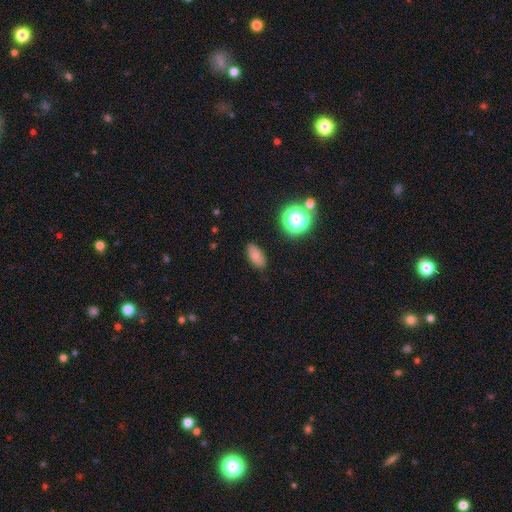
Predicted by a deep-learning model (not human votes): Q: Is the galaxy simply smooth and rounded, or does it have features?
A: smooth — 74%.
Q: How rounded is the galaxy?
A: in between — 87%.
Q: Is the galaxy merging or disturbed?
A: none — 83%.